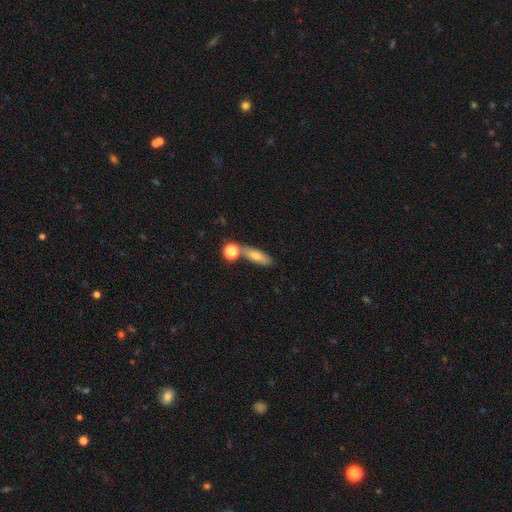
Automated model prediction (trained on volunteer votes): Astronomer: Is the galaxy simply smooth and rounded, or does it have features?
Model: smooth — 71%.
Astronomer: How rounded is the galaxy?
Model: in between — 54% (runner-up: cigar-shaped, 40%).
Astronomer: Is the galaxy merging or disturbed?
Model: none — 63%.